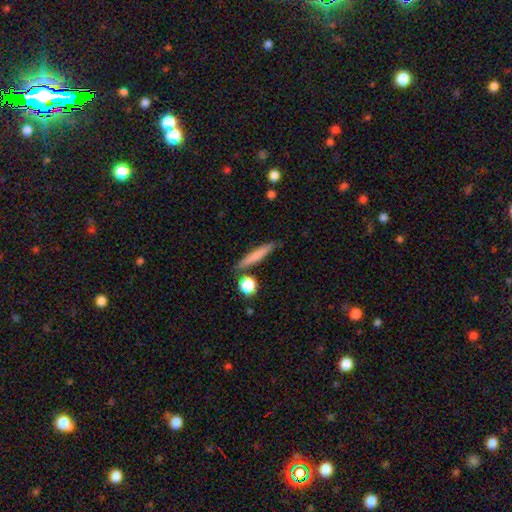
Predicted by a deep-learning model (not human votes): Q: Smooth or featured?
A: smooth (71%); runner-up: featured or disk (22%)
Q: How rounded?
A: cigar-shaped (91%); runner-up: in between (6%)
Q: Merging?
A: none (82%); runner-up: minor disturbance (10%)